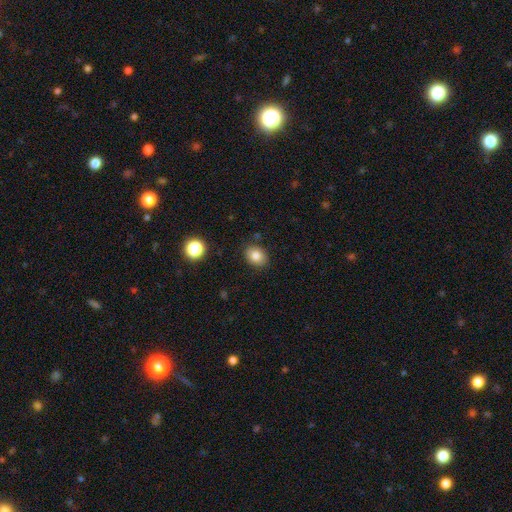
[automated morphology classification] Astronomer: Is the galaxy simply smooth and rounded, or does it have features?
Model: smooth — 82%.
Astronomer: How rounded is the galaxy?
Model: in between — 50% (runner-up: round, 49%).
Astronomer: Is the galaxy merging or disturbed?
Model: none — 86%.